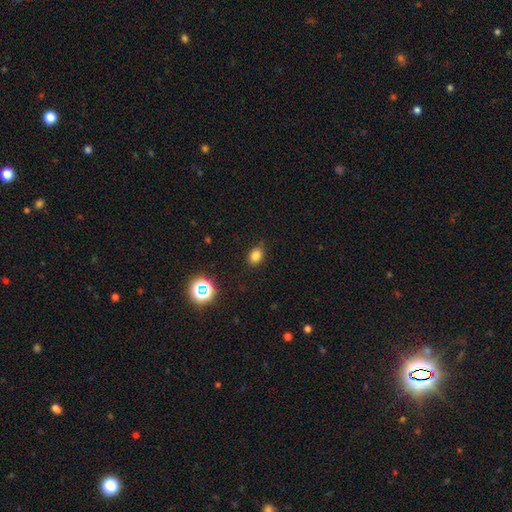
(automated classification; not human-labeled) A smooth galaxy with no disk features (79%) that is in between round and cigar-shaped (69%).

Vote fractions:
- Smooth or featured? smooth: 79% / star or artifact: 15% / featured or disk: 5%
- How rounded? in between: 69% / round: 30% / cigar-shaped: 1%
- Merging? none: 84% / minor disturbance: 12% / major disturbance: 3% / merger: 1%